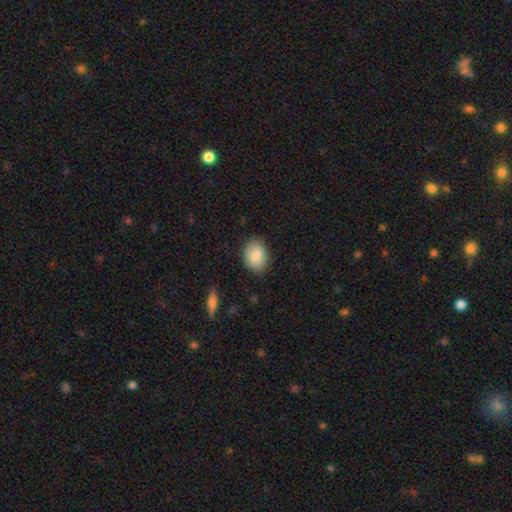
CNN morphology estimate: Smooth or featured? Predicted: smooth (p=0.86). How rounded? Predicted: in between (p=0.68). Merging? Predicted: none (p=0.82).